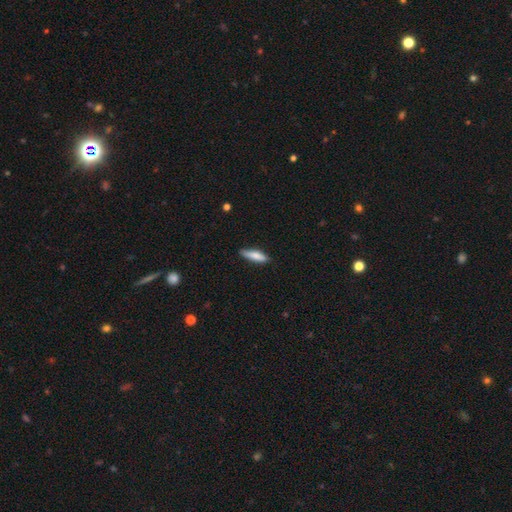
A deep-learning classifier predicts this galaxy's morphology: A smooth galaxy with no disk features (78%) that is cigar-shaped (64%).

Vote fractions:
- Smooth or featured? smooth: 78% / featured or disk: 16% / star or artifact: 6%
- How rounded? cigar-shaped: 64% / in between: 34% / round: 2%
- Merging? none: 81% / minor disturbance: 15% / major disturbance: 2% / merger: 1%